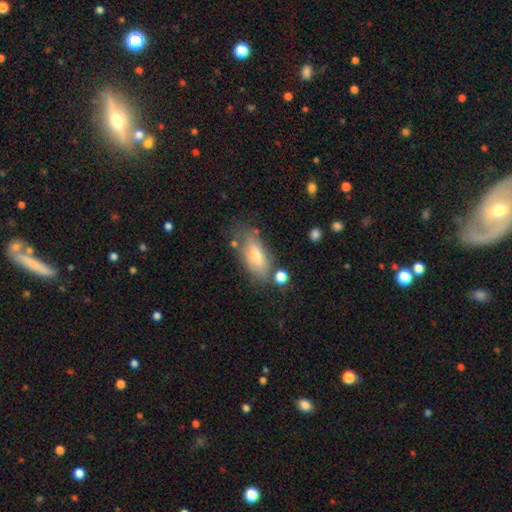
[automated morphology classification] Smooth or featured: smooth — 64% (featured or disk — 28%)
How rounded: in between — 76% (cigar-shaped — 21%)
Merging: none — 65% (minor disturbance — 20%)